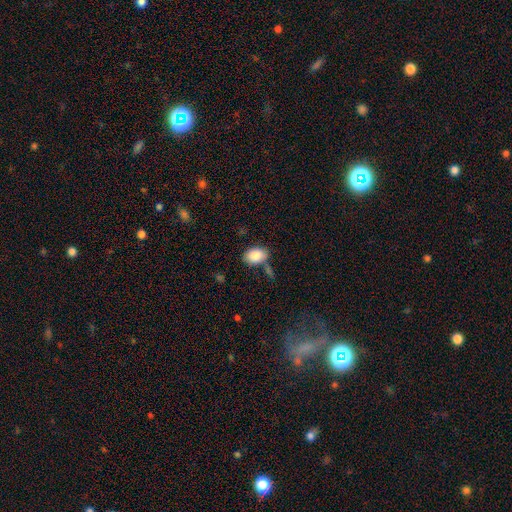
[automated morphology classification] smooth 86%, star or artifact 7%, featured or disk 7%. Down the decision tree: how rounded — in between (85%); merging — none (72%).